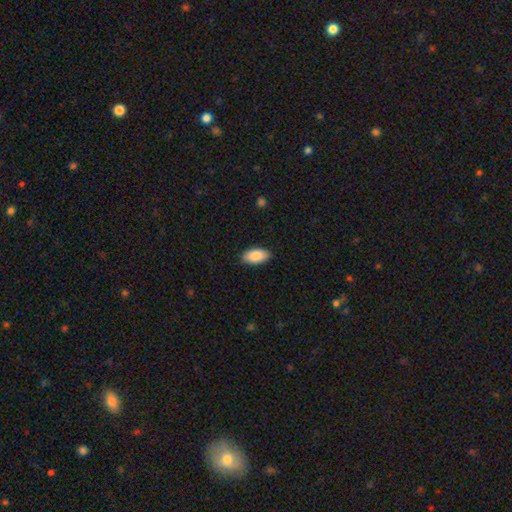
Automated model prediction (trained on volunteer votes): smooth 88%, star or artifact 6%, featured or disk 6%. Down the decision tree: how rounded — in between (93%); merging — none (89%).